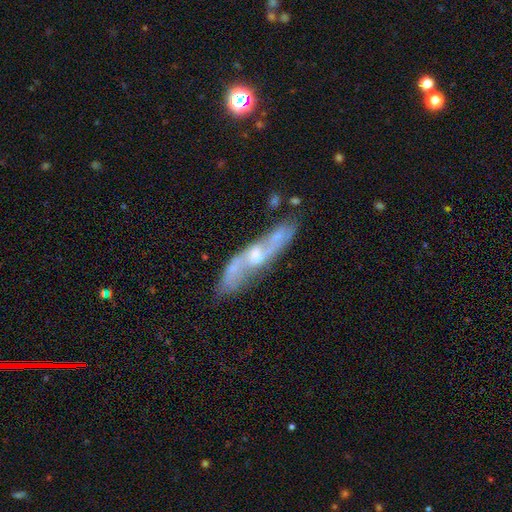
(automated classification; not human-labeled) Q: Smooth or featured?
A: featured or disk (70%); runner-up: smooth (21%)
Q: Edge-on disk?
A: no (60%); runner-up: yes (40%)
Q: Merging?
A: none (59%); runner-up: minor disturbance (18%)